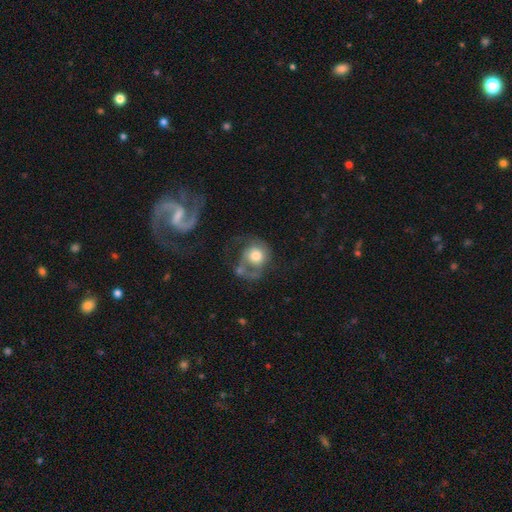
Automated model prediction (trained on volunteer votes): Morphology: type=featured or disk (46%, tied with smooth); merging=major disturbance (43%).